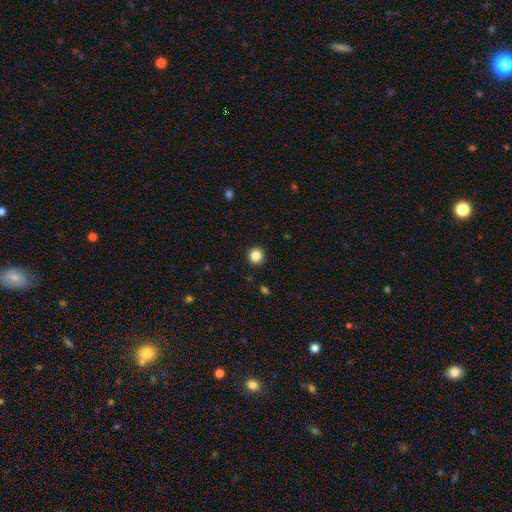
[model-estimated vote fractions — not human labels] smooth 87%, star or artifact 10%, featured or disk 3%. Down the decision tree: how rounded — round (92%); merging — none (92%).